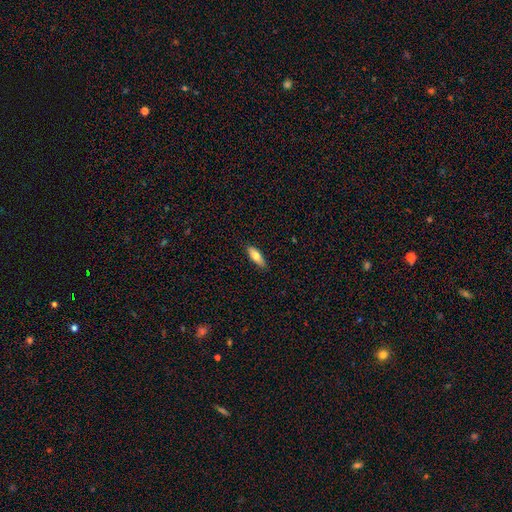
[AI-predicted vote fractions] smooth_or_featured: smooth (p=0.70) [alt: featured or disk p=0.24]
how_rounded: in between (p=0.60) [alt: cigar-shaped p=0.38]
merging: none (p=0.87) [alt: minor disturbance p=0.10]